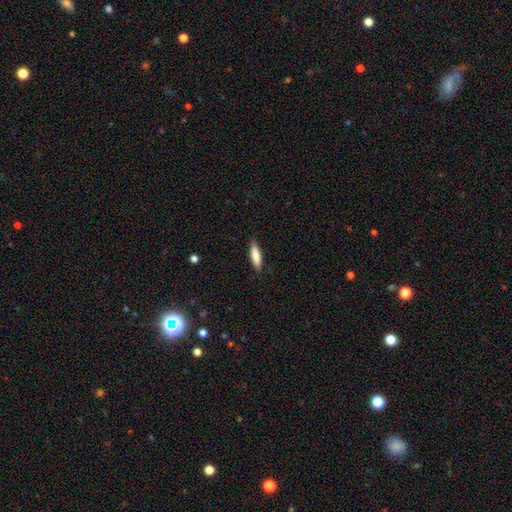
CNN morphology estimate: Overall: smooth (82%). How rounded: cigar-shaped (61%; in between 38%). Merging: none (86%).